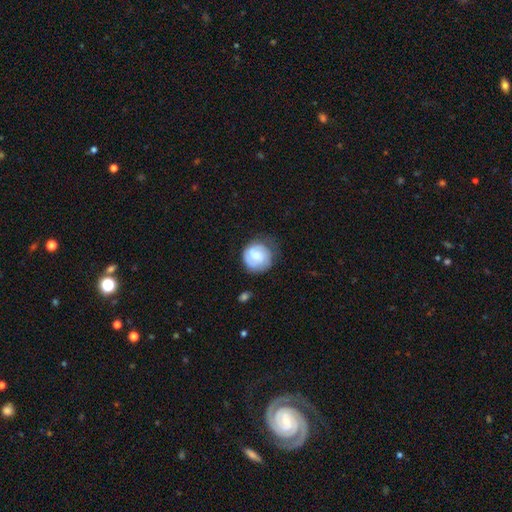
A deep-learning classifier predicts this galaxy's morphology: type=smooth (55%); roundness=round (89%); merging=none (63%).